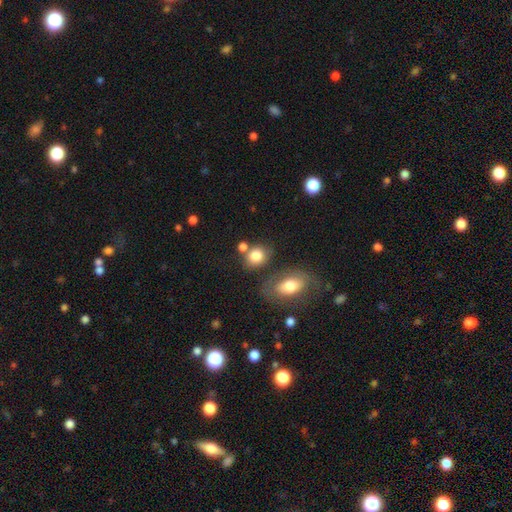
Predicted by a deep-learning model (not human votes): Smooth or featured: smooth — 81% (featured or disk — 9%)
How rounded: round — 58% (in between — 41%)
Merging: none — 59% (merger — 20%)